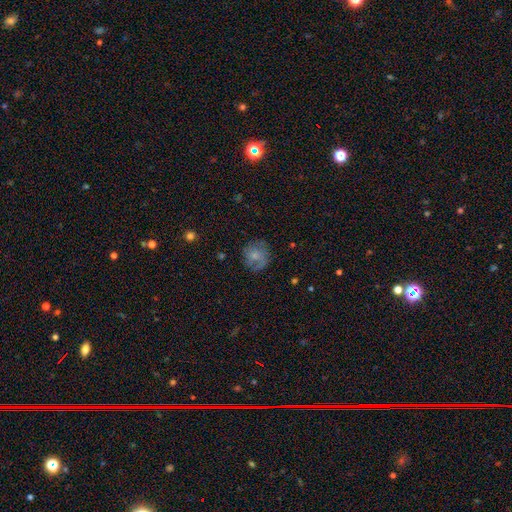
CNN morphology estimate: smooth 61%, featured or disk 30%, star or artifact 9%. Down the decision tree: how rounded — round (84%); merging — none (69%).